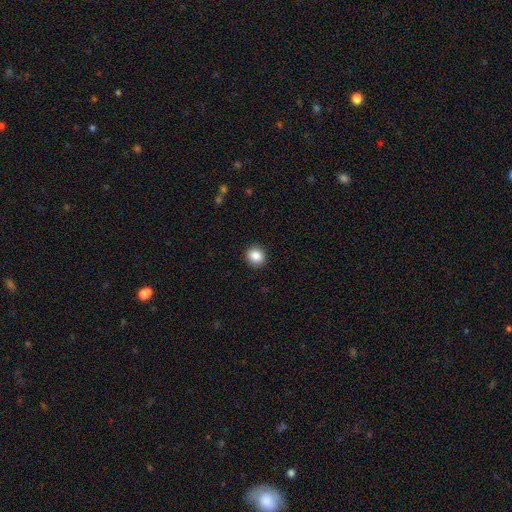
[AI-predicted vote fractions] Morphology: type=smooth (87%); roundness=round (83%); merging=none (91%).